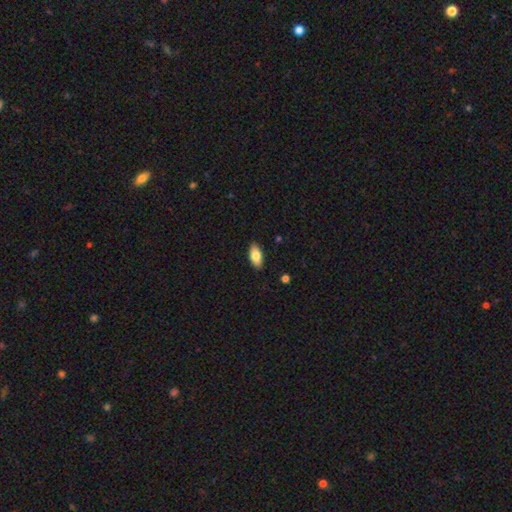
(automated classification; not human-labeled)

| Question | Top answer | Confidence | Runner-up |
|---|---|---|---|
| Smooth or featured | smooth | 79% | featured or disk (15%) |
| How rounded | in between | 89% | cigar-shaped (8%) |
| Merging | none | 89% | minor disturbance (8%) |